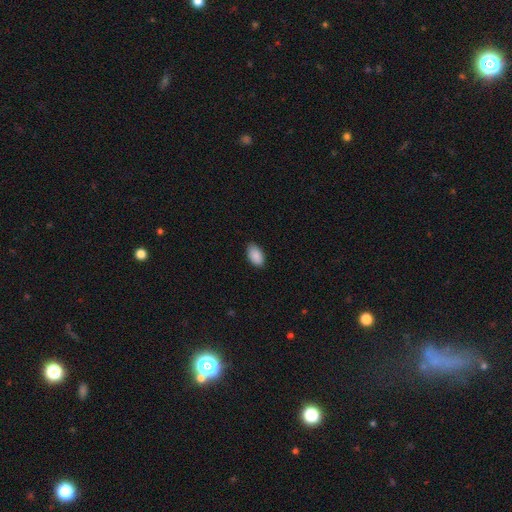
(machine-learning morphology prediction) smooth 90%, star or artifact 7%, featured or disk 4%. Down the decision tree: how rounded — in between (94%); merging — none (85%).